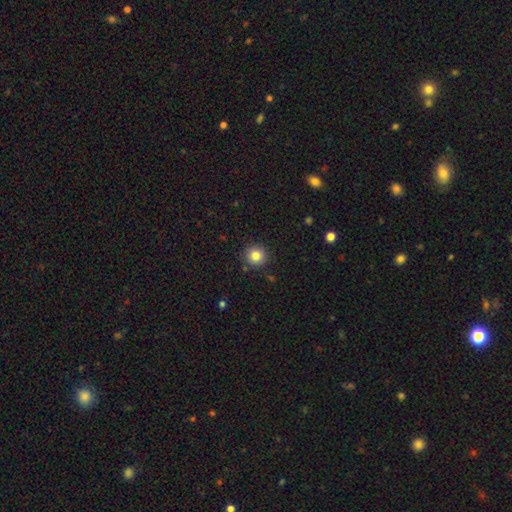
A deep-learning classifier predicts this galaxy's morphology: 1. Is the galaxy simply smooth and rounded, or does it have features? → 82% smooth, 11% star or artifact, 7% featured or disk.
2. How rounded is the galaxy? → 94% round, 5% in between, 1% cigar-shaped.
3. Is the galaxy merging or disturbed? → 90% none, 6% minor disturbance, 2% major disturbance, 2% merger.